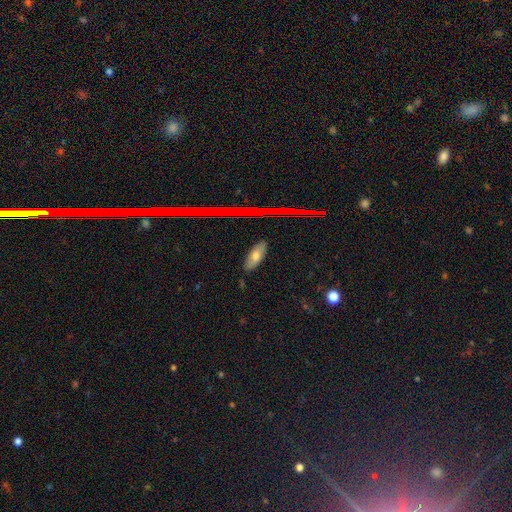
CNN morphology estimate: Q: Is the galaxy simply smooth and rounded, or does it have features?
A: smooth — 70%.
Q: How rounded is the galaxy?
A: in between — 74%.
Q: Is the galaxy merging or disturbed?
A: none — 83%.